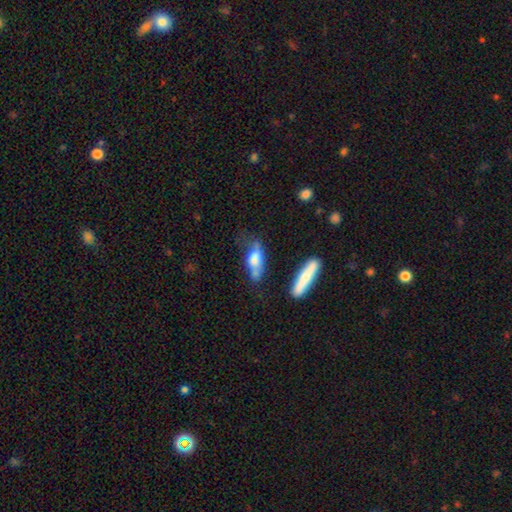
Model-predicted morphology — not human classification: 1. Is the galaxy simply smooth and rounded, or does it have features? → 57% smooth, 35% featured or disk, 8% star or artifact.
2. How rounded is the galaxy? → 53% in between, 42% cigar-shaped, 4% round.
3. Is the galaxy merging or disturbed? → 40% none, 27% minor disturbance, 19% major disturbance, 14% merger.